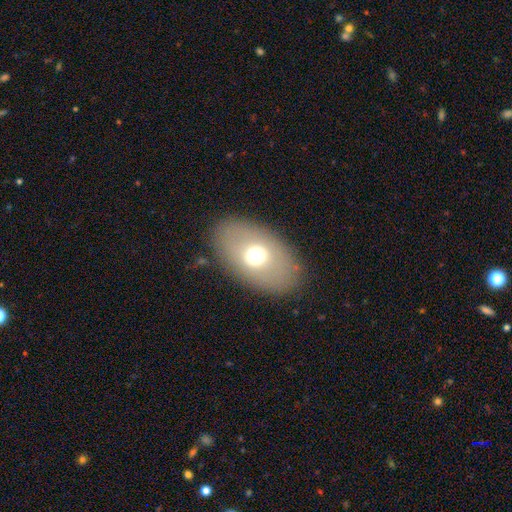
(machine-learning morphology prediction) smooth 61%, featured or disk 28%, star or artifact 11%. Down the decision tree: how rounded — in between (85%); merging — none (85%).